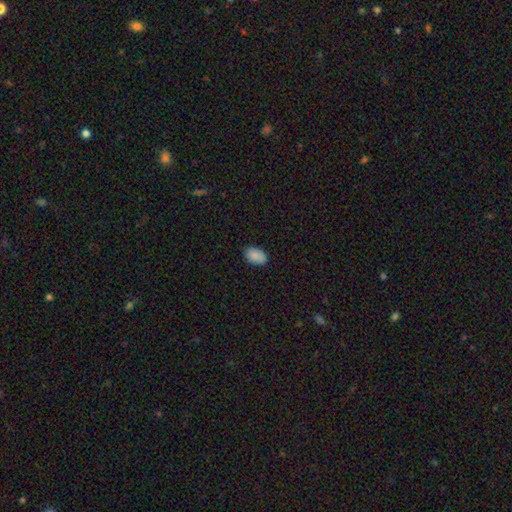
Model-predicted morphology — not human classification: Smooth or featured?
  - smooth: 89% *
  - star or artifact: 7%
  - featured or disk: 4%
How rounded?
  - in between: 89% *
  - round: 9%
  - cigar-shaped: 1%
Merging?
  - none: 86% *
  - minor disturbance: 11%
  - major disturbance: 2%
  - merger: 1%